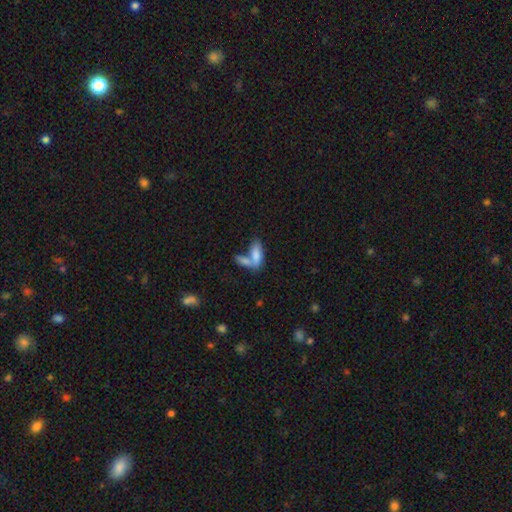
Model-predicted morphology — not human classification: smooth_or_featured: smooth (p=0.78) [alt: featured or disk p=0.14]
how_rounded: in between (p=0.77) [alt: cigar-shaped p=0.20]
merging: merger (p=0.57) [alt: none p=0.28]